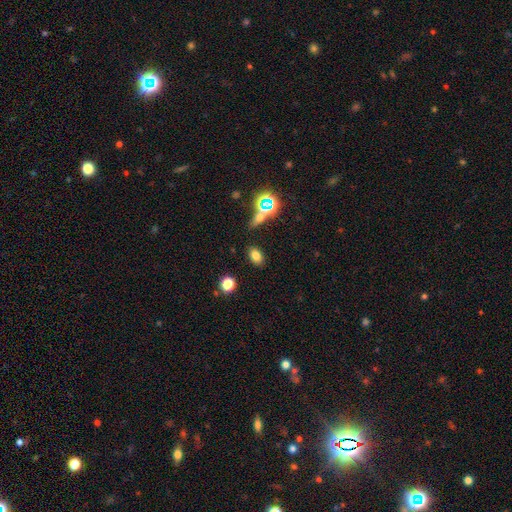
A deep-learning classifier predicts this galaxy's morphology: This appears to be a smooth galaxy with no disk features (75%) that is in between round and cigar-shaped (81%). Merging: none (83%).